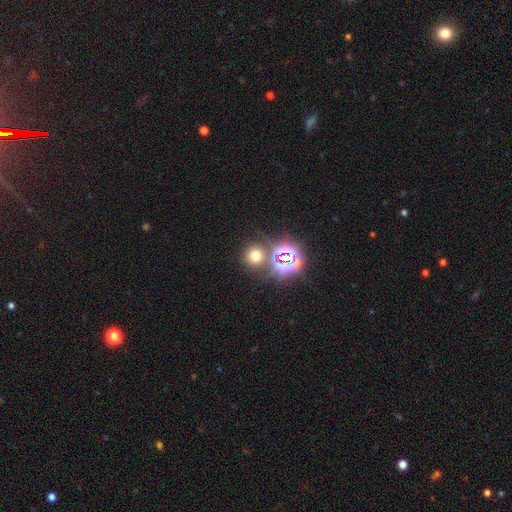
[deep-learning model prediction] A smooth galaxy with no disk features (55%) that is round (89%). Merging: none (77%).